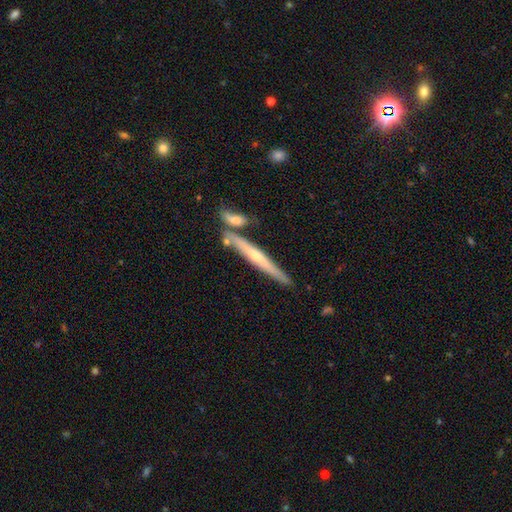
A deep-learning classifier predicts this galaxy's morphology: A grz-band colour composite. It shows a featured or disk galaxy (63%) viewed edge-on (94%) with a rounded central bulge (68%). Merging: none (71%).